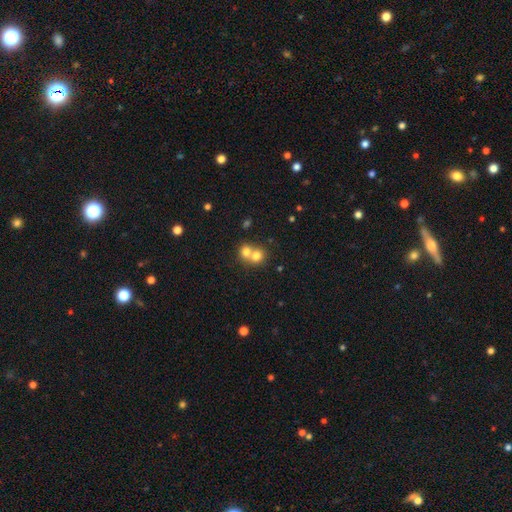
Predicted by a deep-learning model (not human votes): Morphology: type=smooth (73%); roundness=round (78%); merging=merger (65%).